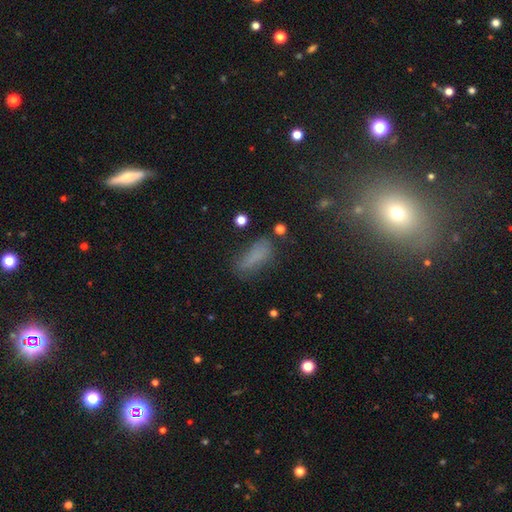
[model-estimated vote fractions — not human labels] Overall: smooth (72%). How rounded: in between (66%; cigar-shaped 30%). Merging: none (58%; minor disturbance 25%).